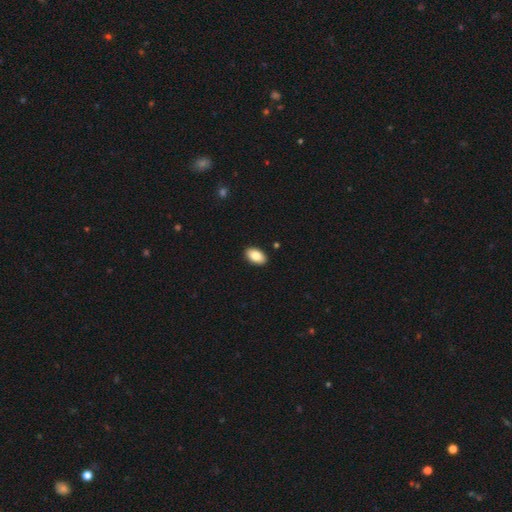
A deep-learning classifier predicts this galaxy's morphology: smooth 84%, featured or disk 9%, star or artifact 7%. Down the decision tree: how rounded — in between (93%); merging — none (91%).